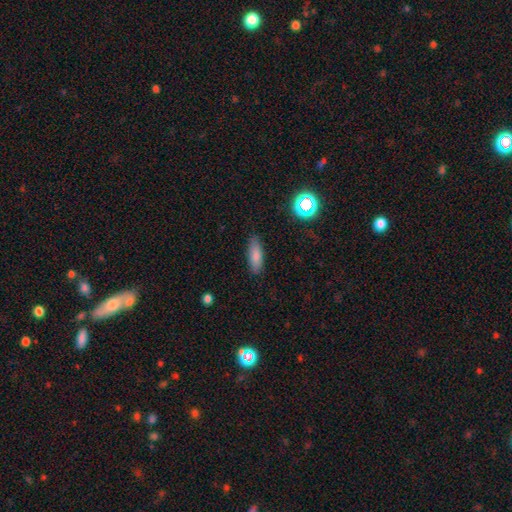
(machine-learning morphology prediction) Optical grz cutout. It shows a smooth galaxy with no disk features (82%) that is in between round and cigar-shaped (61%). Merging: none (85%).